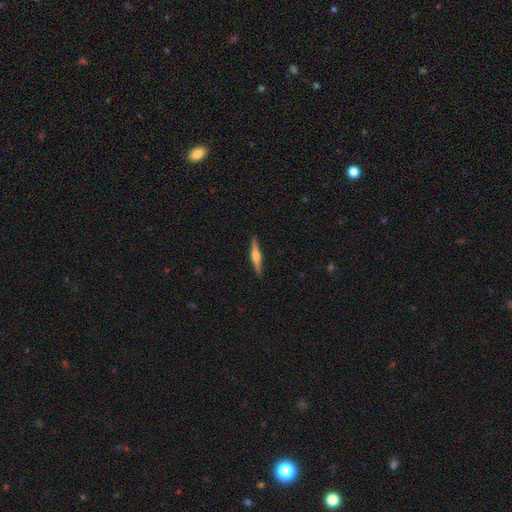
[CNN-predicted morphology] Overall: featured or disk (66%; smooth 29%). Edge-on disk: yes (98%). Edge-on bulge: rounded (82%). Merging: none (91%).